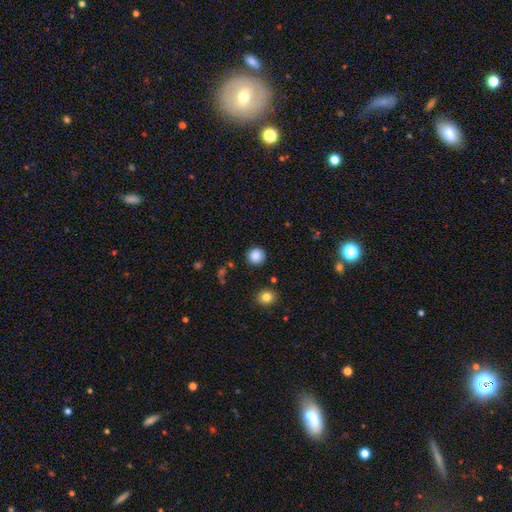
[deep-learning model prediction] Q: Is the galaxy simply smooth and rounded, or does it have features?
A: smooth — 87%.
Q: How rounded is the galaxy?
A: round — 93%.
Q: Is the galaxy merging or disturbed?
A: none — 88%.